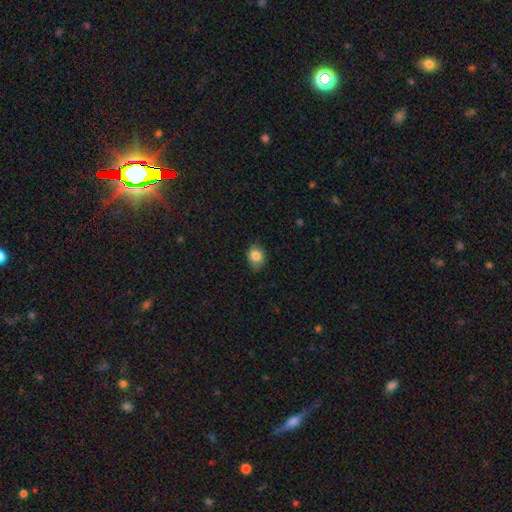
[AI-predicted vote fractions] Smooth or featured?
  - smooth: 83% *
  - star or artifact: 9%
  - featured or disk: 8%
How rounded?
  - in between: 56% *
  - round: 43%
  - cigar-shaped: 1%
Merging?
  - none: 76% *
  - minor disturbance: 20%
  - major disturbance: 3%
  - merger: 1%